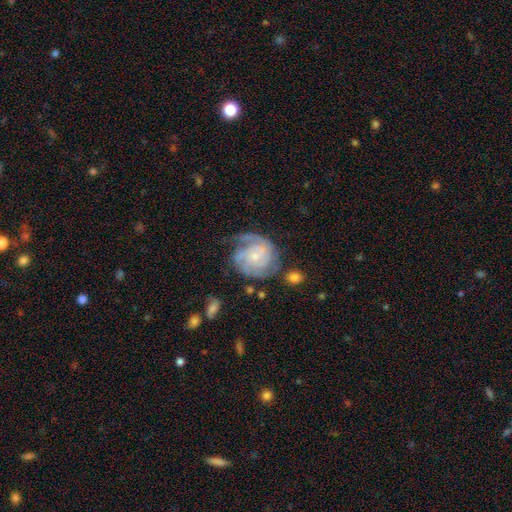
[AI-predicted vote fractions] smooth_or_featured: featured or disk (p=0.82) [alt: smooth p=0.13]
disk_edge_on: no (p=0.98) [alt: yes p=0.02]
bar: no (p=0.70) [alt: weak p=0.26]
has_spiral_arms: yes (p=0.95) [alt: no p=0.05]
spiral_winding: tight (p=0.61) [alt: medium p=0.30]
spiral_arm_count: can't tell (p=0.28) [tied with: 2 p=0.28]
bulge_size: small (p=0.66) [alt: moderate p=0.26]
merging: none (p=0.57) [alt: minor disturbance p=0.23]